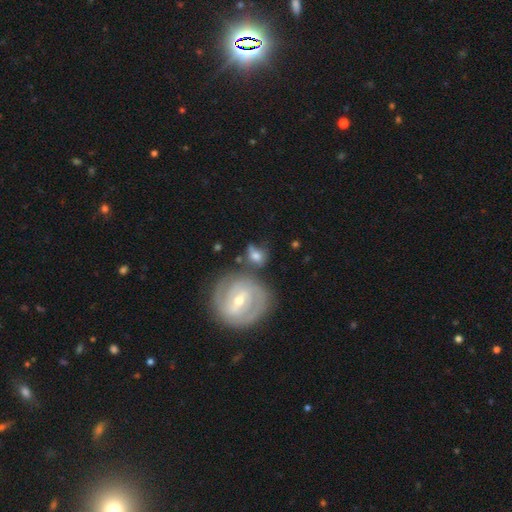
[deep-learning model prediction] A smooth galaxy with no disk features (52%) that is round (64%). Merging: none (55%).